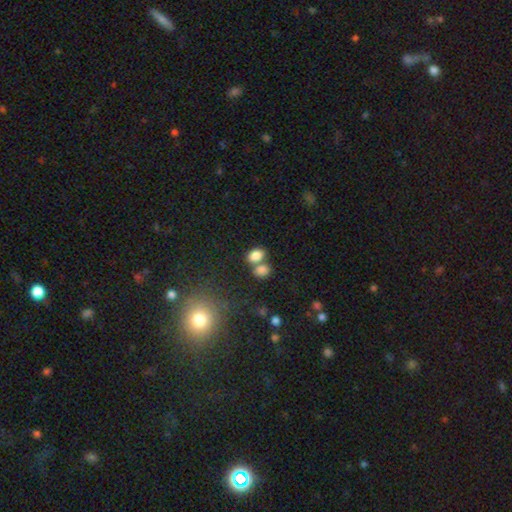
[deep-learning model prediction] Smooth or featured: smooth — 82% (star or artifact — 11%)
How rounded: in between — 81% (round — 17%)
Merging: merger — 47% (none — 40%)